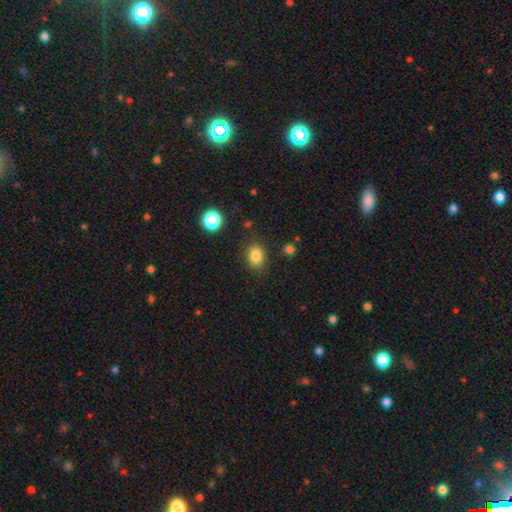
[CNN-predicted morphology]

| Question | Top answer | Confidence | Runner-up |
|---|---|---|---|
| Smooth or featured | smooth | 83% | star or artifact (11%) |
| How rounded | in between | 65% | round (34%) |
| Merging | none | 83% | minor disturbance (11%) |